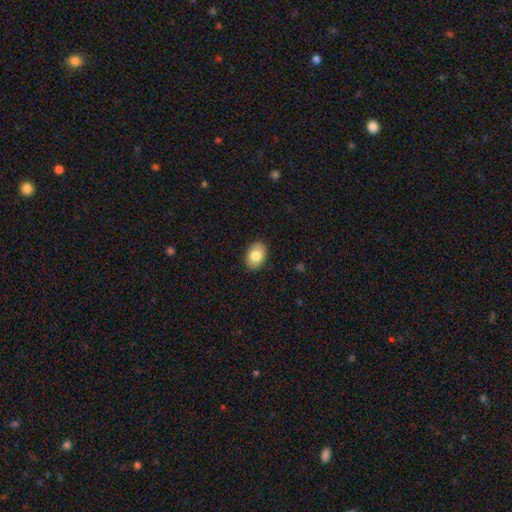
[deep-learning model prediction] Smooth or featured? smooth (82%)
How rounded? in between (83%)
Merging? none (89%)